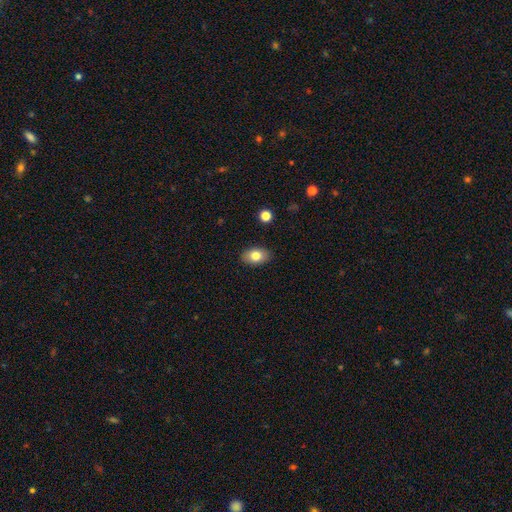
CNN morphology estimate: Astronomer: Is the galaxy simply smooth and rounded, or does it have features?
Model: smooth — 80%.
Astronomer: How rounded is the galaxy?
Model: in between — 88%.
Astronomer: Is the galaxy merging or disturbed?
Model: none — 87%.